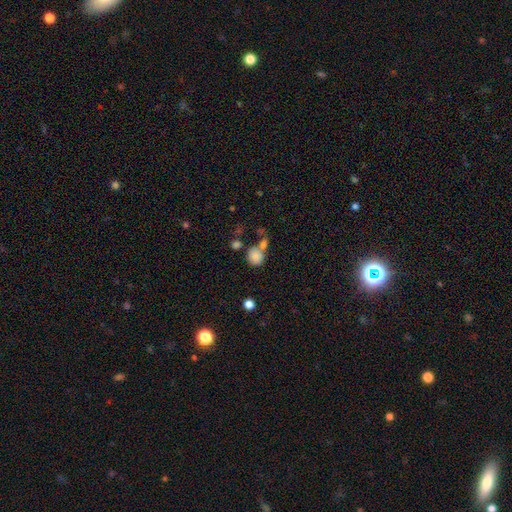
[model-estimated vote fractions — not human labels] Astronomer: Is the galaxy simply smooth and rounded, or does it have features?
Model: smooth — 83%.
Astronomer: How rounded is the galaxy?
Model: round — 73%.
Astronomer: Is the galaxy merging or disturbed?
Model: none — 47% (runner-up: merger, 35%).